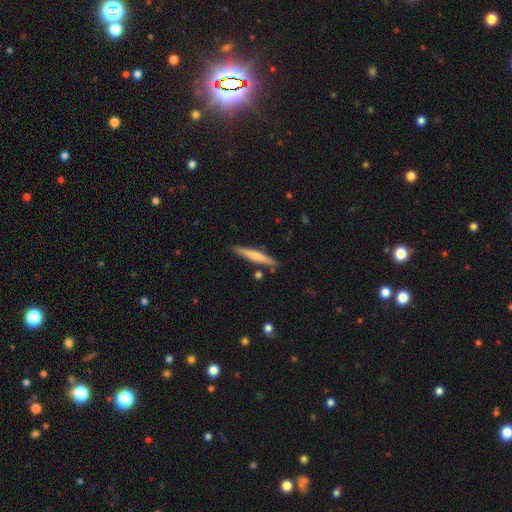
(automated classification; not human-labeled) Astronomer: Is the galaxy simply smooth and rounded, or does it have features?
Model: smooth — 63%.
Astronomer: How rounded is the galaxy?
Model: cigar-shaped — 94%.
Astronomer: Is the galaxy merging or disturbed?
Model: none — 85%.